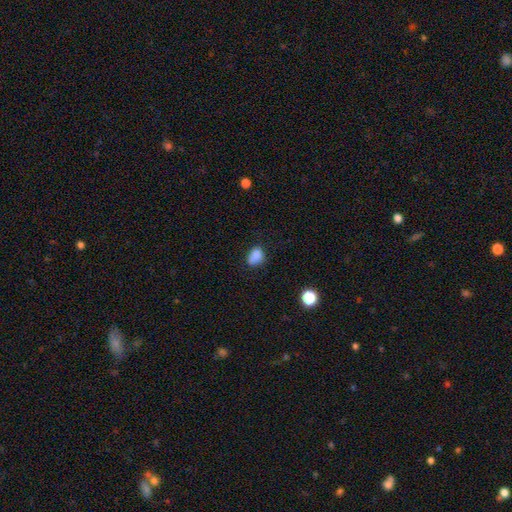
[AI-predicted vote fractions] Smooth or featured? Predicted: smooth (p=0.84). How rounded? Predicted: in between (p=0.66). Merging? Predicted: none (p=0.62).